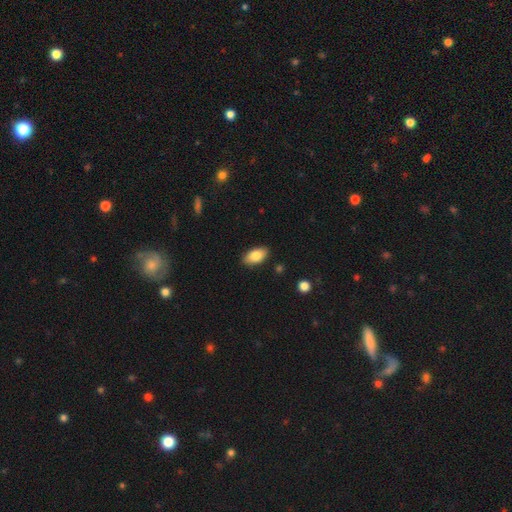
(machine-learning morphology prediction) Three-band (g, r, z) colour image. It shows a smooth galaxy with no disk features (85%) that is in between round and cigar-shaped (93%). Merging: none (87%).